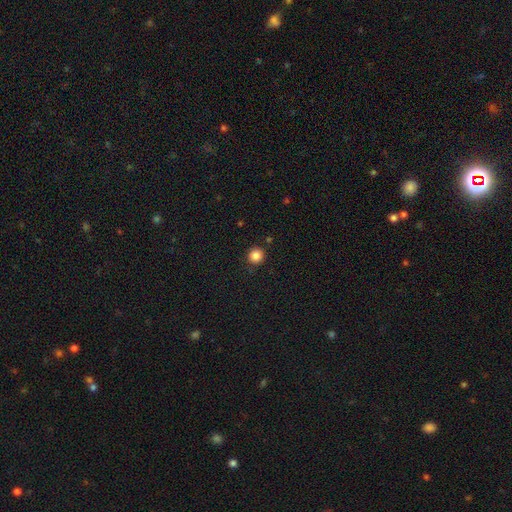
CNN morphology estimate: Smooth or featured: smooth — 85% (star or artifact — 11%)
How rounded: round — 93% (in between — 6%)
Merging: none — 89% (minor disturbance — 7%)